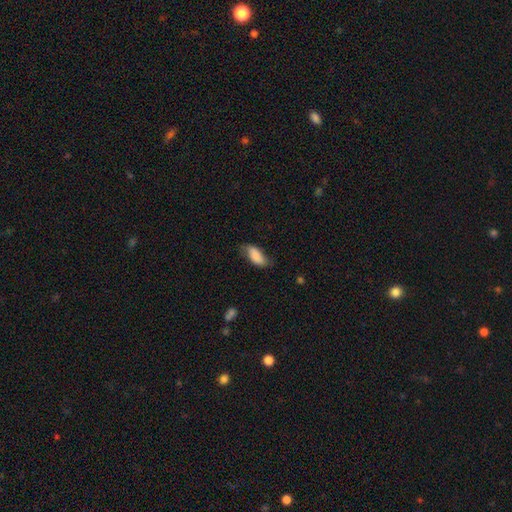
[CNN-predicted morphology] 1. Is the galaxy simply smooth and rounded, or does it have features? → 78% smooth, 15% featured or disk, 7% star or artifact.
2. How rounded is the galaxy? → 87% in between, 11% cigar-shaped, 3% round.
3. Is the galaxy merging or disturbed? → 61% none, 29% minor disturbance, 8% major disturbance, 2% merger.